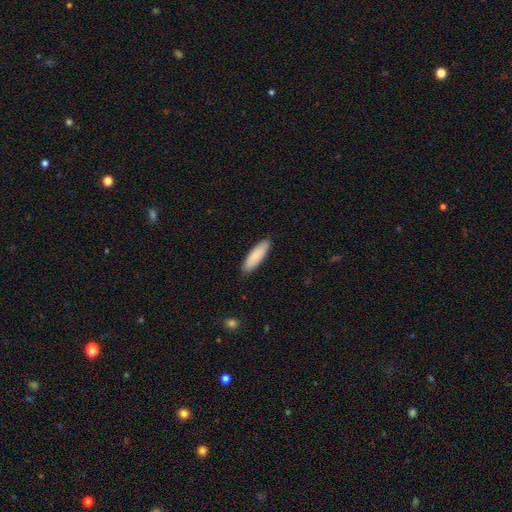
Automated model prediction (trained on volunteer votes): Smooth or featured: smooth — 84% (featured or disk — 11%)
How rounded: cigar-shaped — 51% (in between — 47%)
Merging: none — 88% (minor disturbance — 10%)